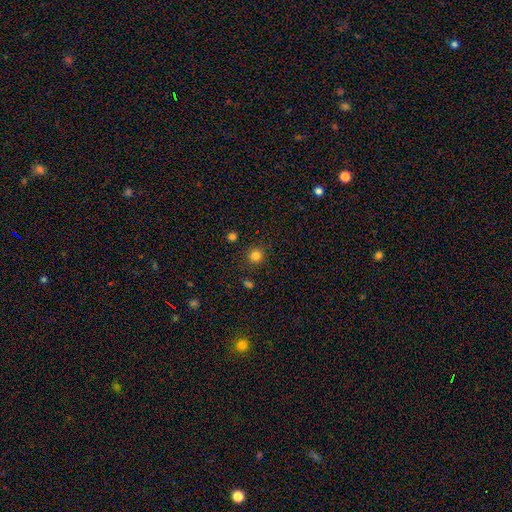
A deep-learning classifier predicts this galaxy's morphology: Smooth or featured? smooth (82%)
How rounded? round (93%)
Merging? none (89%)